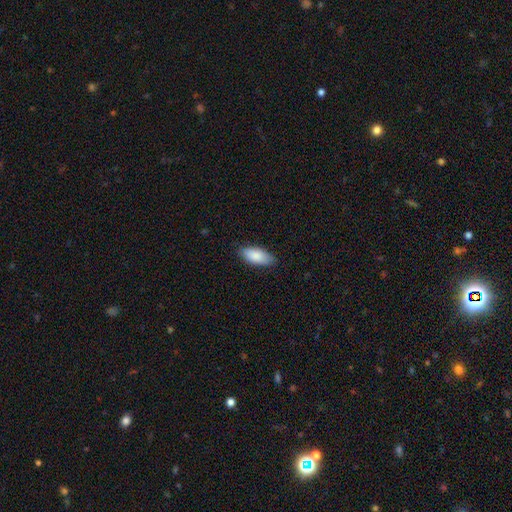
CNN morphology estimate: A smooth galaxy with no disk features (87%) that is in between round and cigar-shaped (87%). Merging: none (84%).